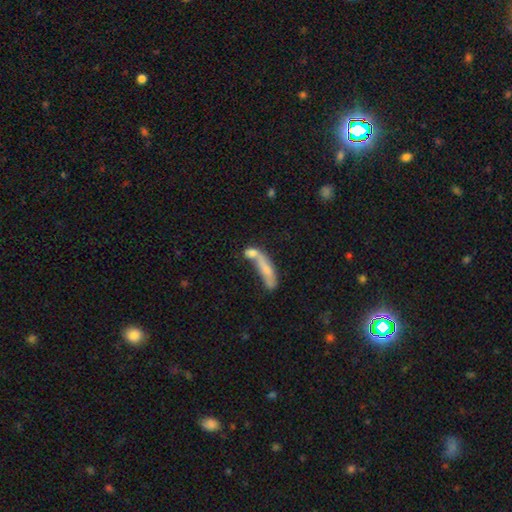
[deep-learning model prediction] Smooth or featured? smooth (66%)
How rounded? cigar-shaped (63%)
Merging? merger (52%)